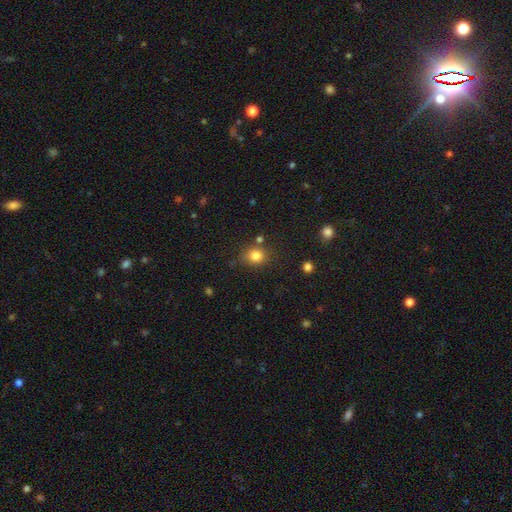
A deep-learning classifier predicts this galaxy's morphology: Smooth or featured? Predicted: smooth (p=0.82). How rounded? Predicted: round (p=0.75). Merging? Predicted: none (p=0.77).